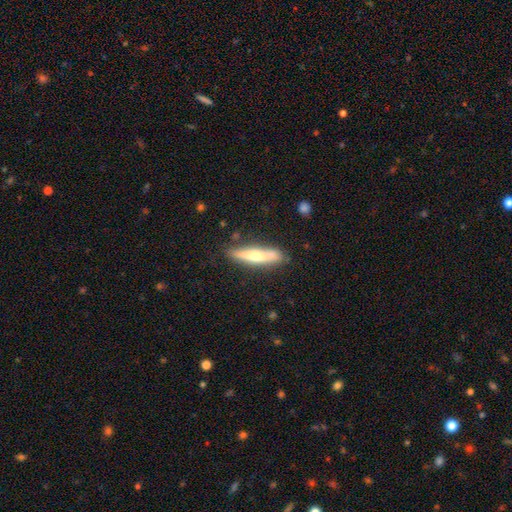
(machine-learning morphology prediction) featured or disk 47%, smooth 46%, star or artifact 6%. Down the decision tree: merging — none (83%).